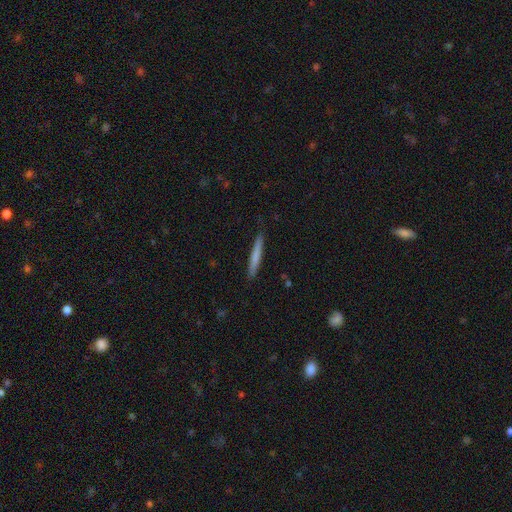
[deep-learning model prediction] Smooth or featured? Predicted: smooth (p=0.69). How rounded? Predicted: cigar-shaped (p=0.96). Merging? Predicted: none (p=0.88).